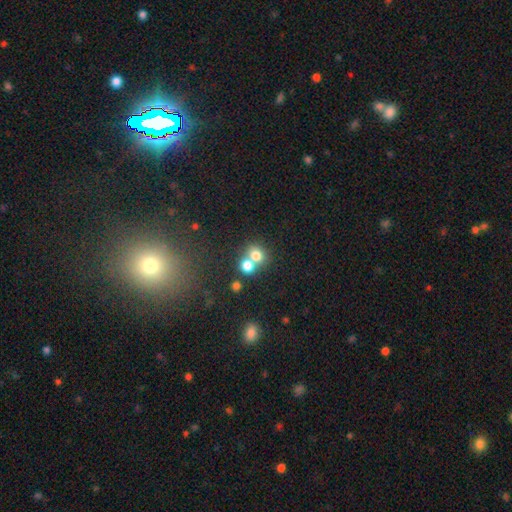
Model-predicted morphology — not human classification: A smooth galaxy with no disk features (75%) that is round (75%).

Vote fractions:
- Smooth or featured? smooth: 75% / star or artifact: 14% / featured or disk: 11%
- How rounded? round: 75% / in between: 24% / cigar-shaped: 1%
- Merging? merger: 49% / none: 41% / minor disturbance: 7% / major disturbance: 4%